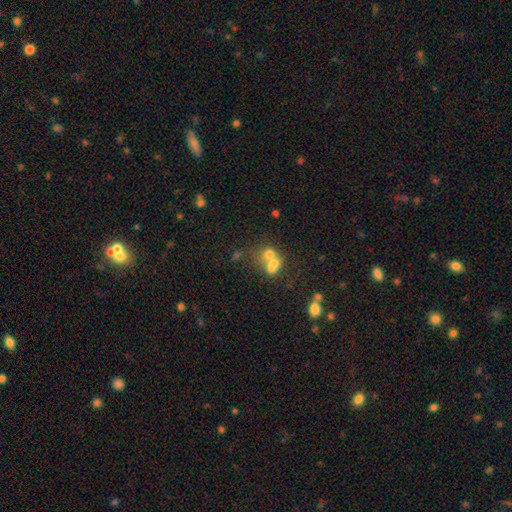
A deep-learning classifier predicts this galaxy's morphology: A smooth galaxy with no disk features (51%) that is round (72%).

Vote fractions:
- Smooth or featured? smooth: 51% / star or artifact: 34% / featured or disk: 14%
- How rounded? round: 72% / in between: 25% / cigar-shaped: 2%
- Merging? none: 43% / merger: 41% / minor disturbance: 9% / major disturbance: 7%